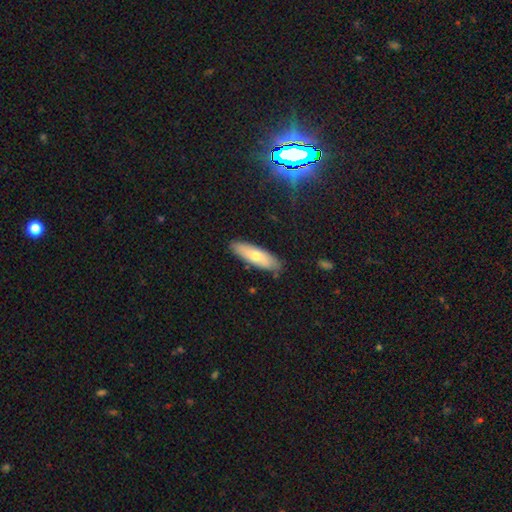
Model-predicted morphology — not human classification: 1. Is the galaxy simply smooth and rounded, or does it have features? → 64% smooth, 28% featured or disk, 7% star or artifact.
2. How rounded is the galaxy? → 52% cigar-shaped, 46% in between, 2% round.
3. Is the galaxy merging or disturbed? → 84% none, 12% minor disturbance, 2% major disturbance, 1% merger.